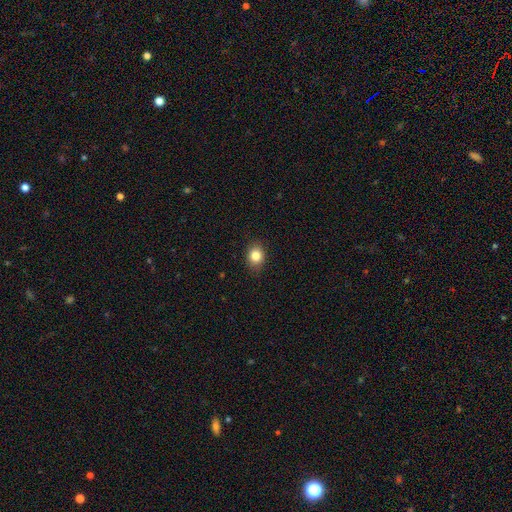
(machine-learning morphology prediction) A smooth galaxy with no disk features (84%) that is round (56%).

Vote fractions:
- Smooth or featured? smooth: 84% / star or artifact: 10% / featured or disk: 6%
- How rounded? round: 56% / in between: 43% / cigar-shaped: 1%
- Merging? none: 88% / minor disturbance: 9% / major disturbance: 2% / merger: 1%